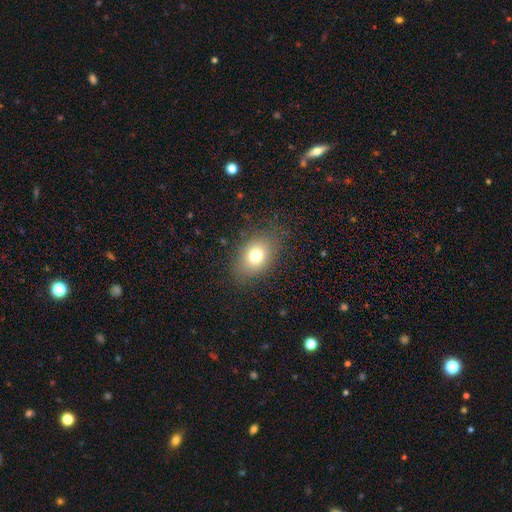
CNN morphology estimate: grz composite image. It shows a smooth galaxy with no disk features (75%) that is in between round and cigar-shaped (71%). Merging: none (81%).